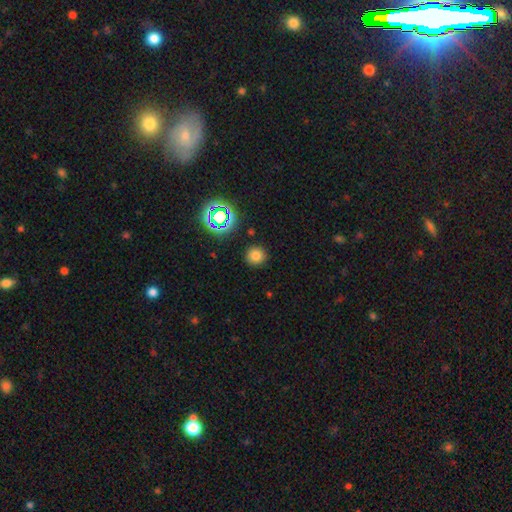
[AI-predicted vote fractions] Smooth or featured? smooth (74%)
How rounded? round (92%)
Merging? none (89%)